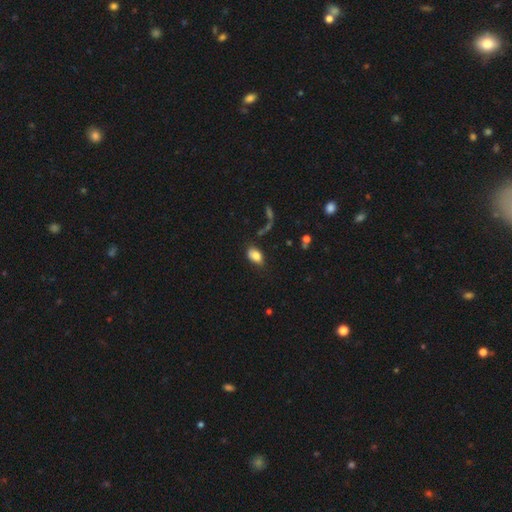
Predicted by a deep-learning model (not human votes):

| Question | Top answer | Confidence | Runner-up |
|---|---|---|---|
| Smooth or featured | smooth | 82% | featured or disk (10%) |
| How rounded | in between | 89% | round (9%) |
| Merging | none | 62% | minor disturbance (22%) |